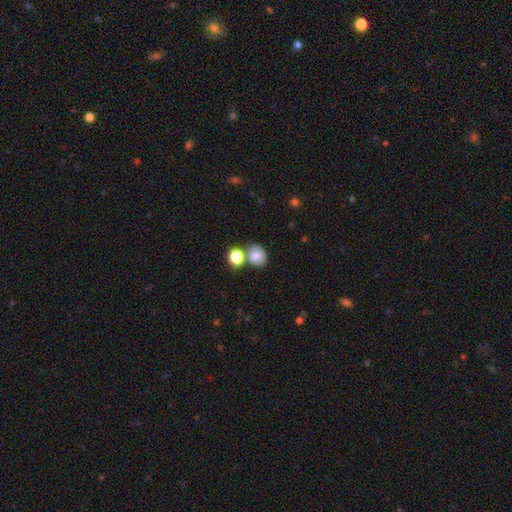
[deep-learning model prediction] Smooth or featured: smooth — 78% (star or artifact — 12%)
How rounded: round — 65% (in between — 34%)
Merging: none — 57% (merger — 25%)